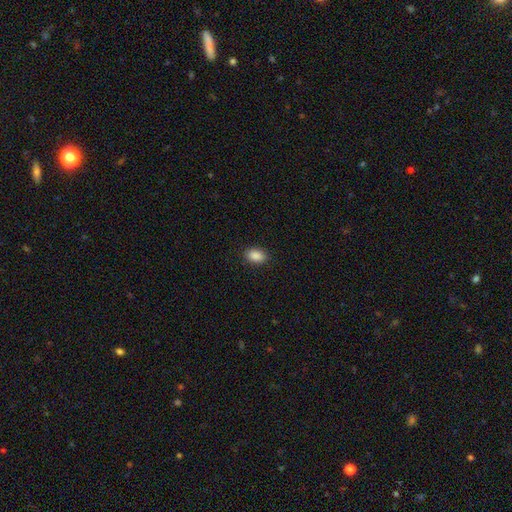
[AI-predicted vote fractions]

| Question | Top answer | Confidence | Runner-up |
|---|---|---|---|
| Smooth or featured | smooth | 89% | star or artifact (8%) |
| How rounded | in between | 89% | round (10%) |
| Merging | none | 89% | minor disturbance (8%) |